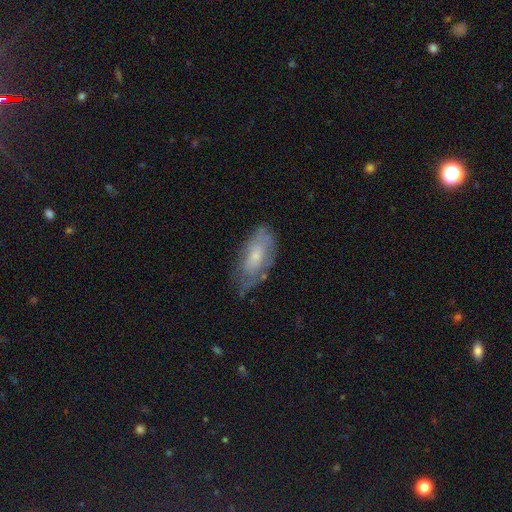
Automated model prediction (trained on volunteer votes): smooth-or-featured: smooth: 51% | featured or disk: 41% | star or artifact: 7%
  how-rounded: in between: 86% | cigar-shaped: 11% | round: 3%
  merging: none: 51% | minor disturbance: 34% | major disturbance: 13% | merger: 2%